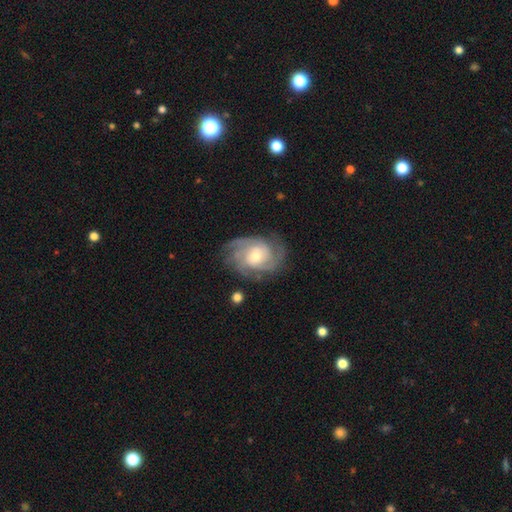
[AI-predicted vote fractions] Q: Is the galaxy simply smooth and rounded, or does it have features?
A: featured or disk — 85%.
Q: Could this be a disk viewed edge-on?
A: no — 97%.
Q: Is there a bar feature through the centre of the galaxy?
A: no — 62%.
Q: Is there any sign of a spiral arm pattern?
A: yes — 96%.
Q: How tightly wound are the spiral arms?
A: tight — 56%.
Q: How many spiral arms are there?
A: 3 — 32%.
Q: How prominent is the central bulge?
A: moderate — 56%.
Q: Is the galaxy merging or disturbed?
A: none — 74%.